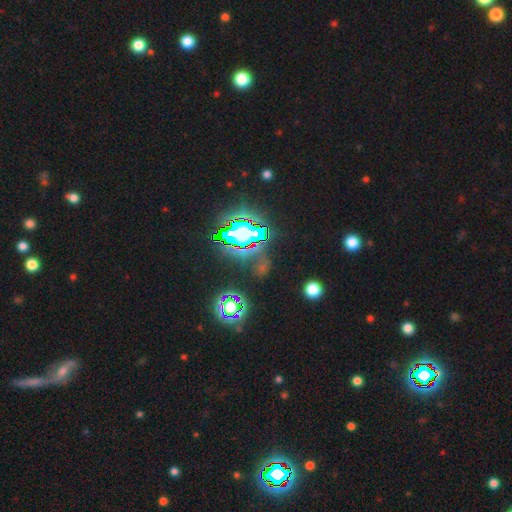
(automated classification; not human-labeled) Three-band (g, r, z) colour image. It shows a star or artifact, not a galaxy (84%).